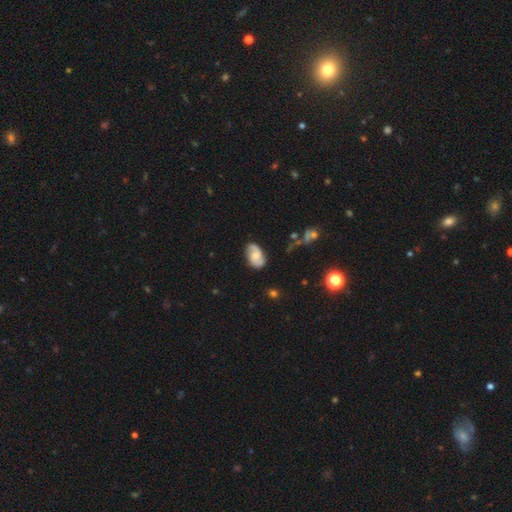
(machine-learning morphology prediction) Q: Smooth or featured?
A: featured or disk (57%); runner-up: smooth (36%)
Q: Edge-on disk?
A: no (96%); runner-up: yes (4%)
Q: Bar?
A: no (62%); runner-up: weak (33%)
Q: Spiral arms?
A: yes (89%); runner-up: no (11%)
Q: Bulge size?
A: moderate (49%); runner-up: small (33%)
Q: Merging?
A: none (74%); runner-up: minor disturbance (19%)